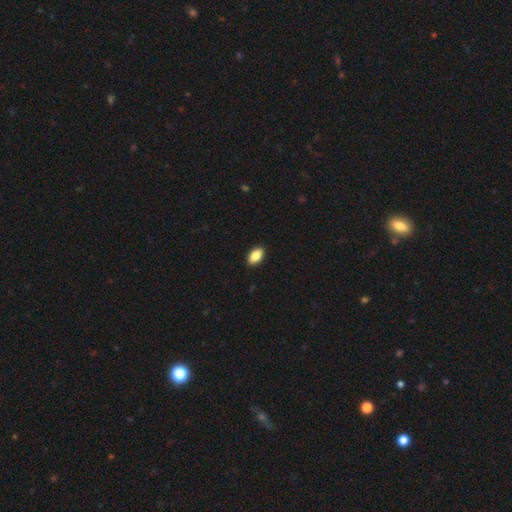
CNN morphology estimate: Smooth or featured? Predicted: smooth (p=0.86). How rounded? Predicted: in between (p=0.93). Merging? Predicted: none (p=0.91).